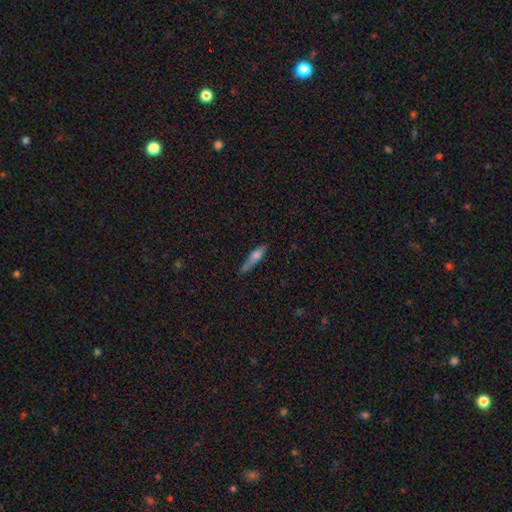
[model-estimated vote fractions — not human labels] Smooth or featured? smooth (62%)
How rounded? cigar-shaped (79%)
Merging? none (65%)